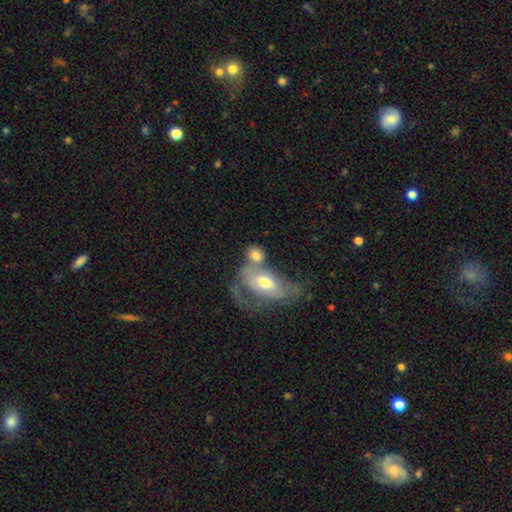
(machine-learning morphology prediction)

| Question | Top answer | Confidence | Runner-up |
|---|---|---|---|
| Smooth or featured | smooth | 64% | featured or disk (28%) |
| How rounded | in between | 55% | round (41%) |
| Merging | merger | 49% | none (29%) |